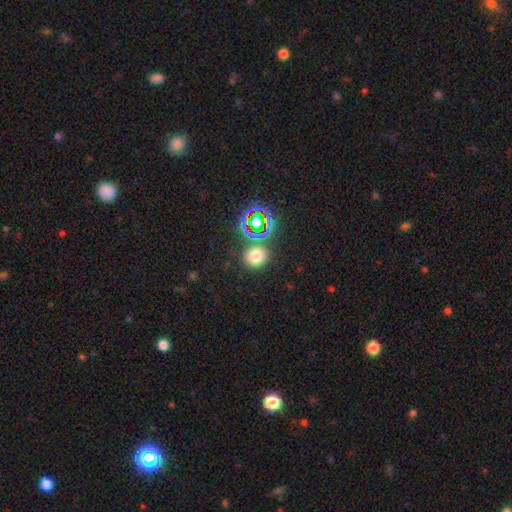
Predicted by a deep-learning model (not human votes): Smooth or featured: smooth — 68% (star or artifact — 25%)
How rounded: round — 85% (in between — 14%)
Merging: none — 76% (merger — 11%)